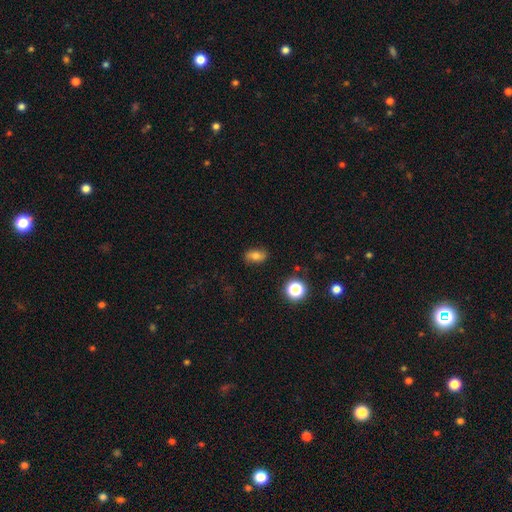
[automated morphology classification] This appears to be a smooth galaxy with no disk features (65%) that is in between round and cigar-shaped (80%). Merging: none (82%).